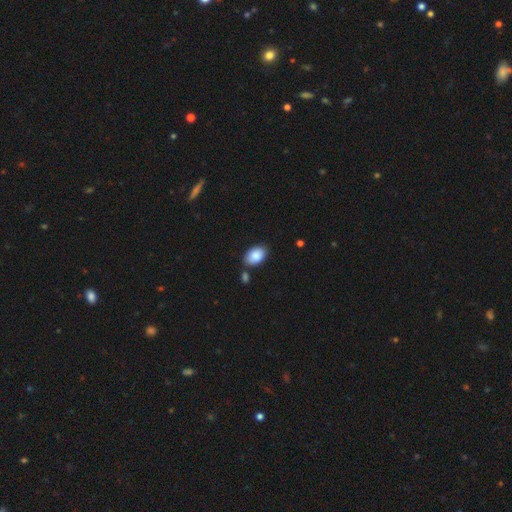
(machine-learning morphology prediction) Smooth or featured: smooth — 87% (star or artifact — 7%)
How rounded: in between — 90% (round — 9%)
Merging: none — 75% (minor disturbance — 14%)